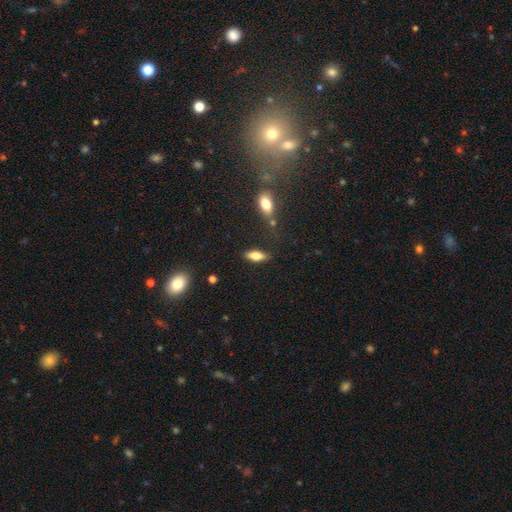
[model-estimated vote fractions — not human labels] smooth_or_featured: smooth (p=0.62) [alt: featured or disk p=0.30]
how_rounded: in between (p=0.68) [alt: cigar-shaped p=0.29]
merging: none (p=0.80) [alt: minor disturbance p=0.13]